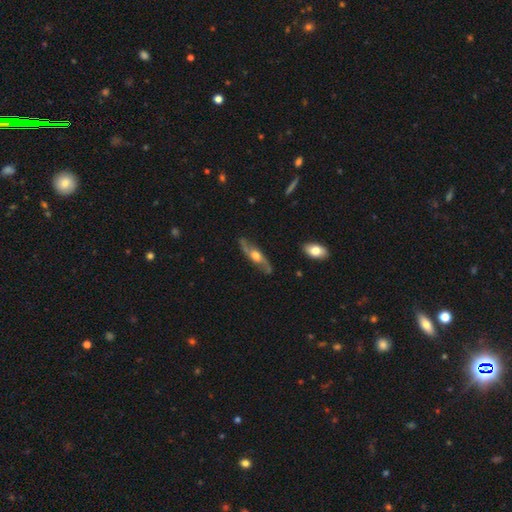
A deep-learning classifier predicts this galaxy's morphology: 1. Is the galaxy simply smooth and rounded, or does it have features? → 77% featured or disk, 18% smooth, 5% star or artifact.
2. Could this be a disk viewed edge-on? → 61% no, 39% yes.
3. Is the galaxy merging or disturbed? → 78% none, 15% minor disturbance, 4% major disturbance, 2% merger.